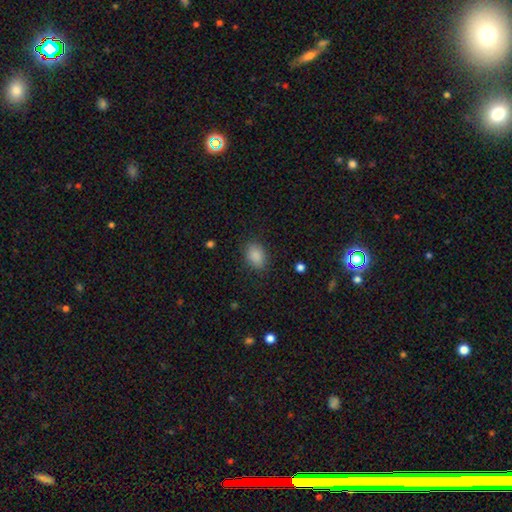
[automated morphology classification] Overall: smooth (87%). How rounded: in between (75%). Merging: none (83%).